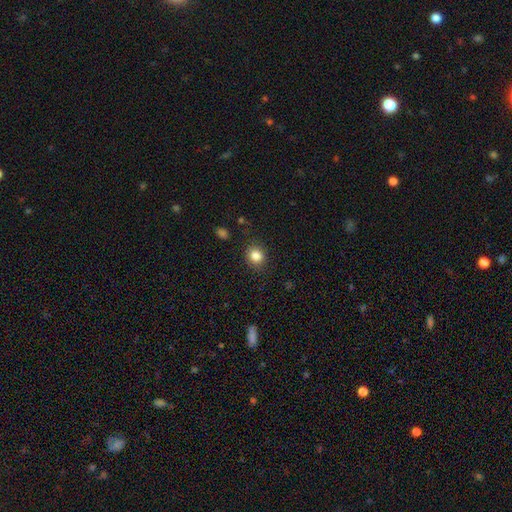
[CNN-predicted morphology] This appears to be a smooth galaxy with no disk features (84%) that is round (79%). Merging: none (87%).